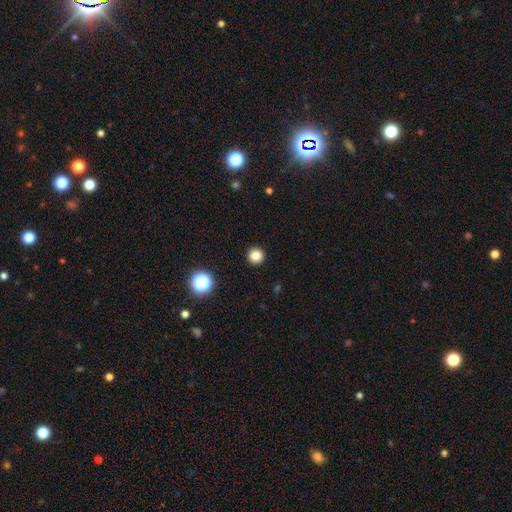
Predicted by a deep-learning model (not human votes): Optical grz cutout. It shows a smooth galaxy with no disk features (83%) that is round (96%). Merging: none (94%).